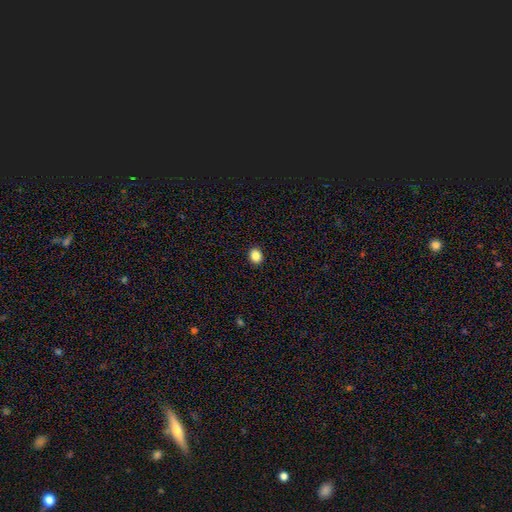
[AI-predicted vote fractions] Smooth or featured?
  - smooth: 87% *
  - star or artifact: 10%
  - featured or disk: 3%
How rounded?
  - round: 61% *
  - in between: 38%
  - cigar-shaped: 1%
Merging?
  - none: 92% *
  - minor disturbance: 5%
  - major disturbance: 2%
  - merger: 1%